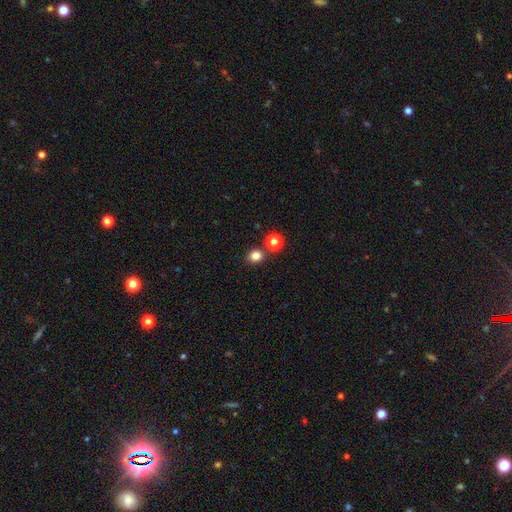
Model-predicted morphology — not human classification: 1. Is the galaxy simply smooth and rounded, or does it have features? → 81% smooth, 14% star or artifact, 5% featured or disk.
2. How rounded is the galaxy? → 77% round, 22% in between, 1% cigar-shaped.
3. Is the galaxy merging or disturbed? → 78% none, 12% merger, 8% minor disturbance, 2% major disturbance.